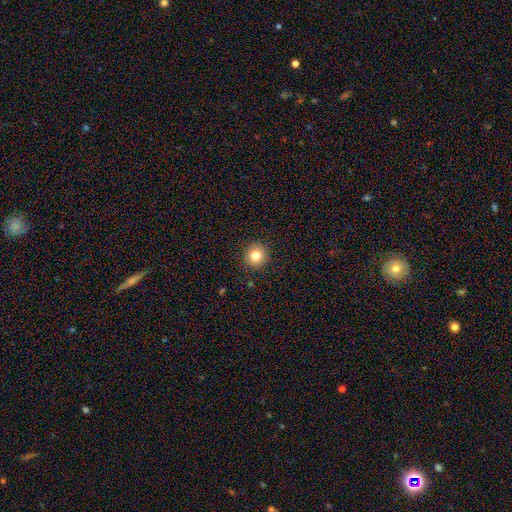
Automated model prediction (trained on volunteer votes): Q: Smooth or featured?
A: smooth (82%); runner-up: star or artifact (11%)
Q: How rounded?
A: round (93%); runner-up: in between (6%)
Q: Merging?
A: none (92%); runner-up: minor disturbance (5%)